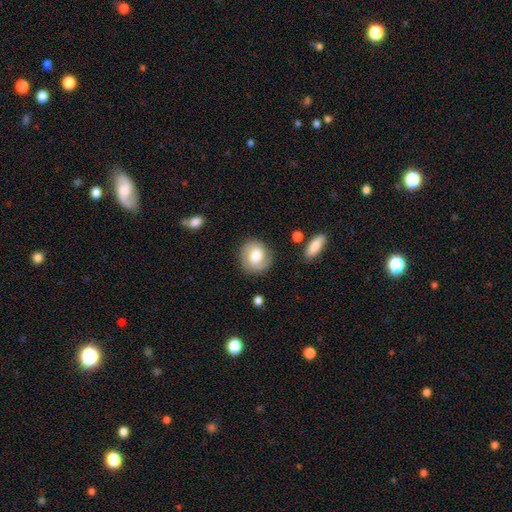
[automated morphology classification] Overall: smooth (64%; featured or disk 29%). How rounded: round (84%). Merging: none (82%).